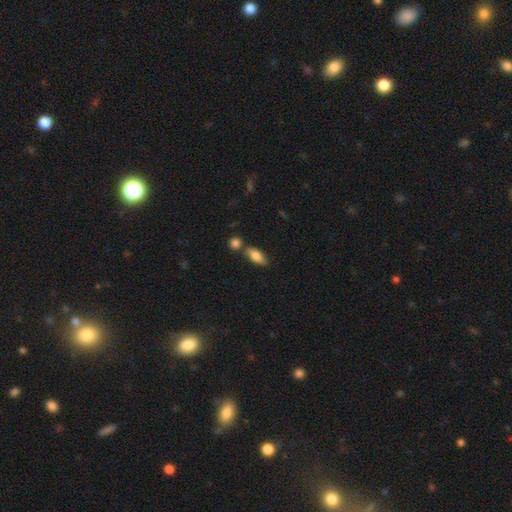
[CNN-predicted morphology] This is likely a smooth galaxy (79%). How rounded: likely in between (78%). Merging: likely none (63%).